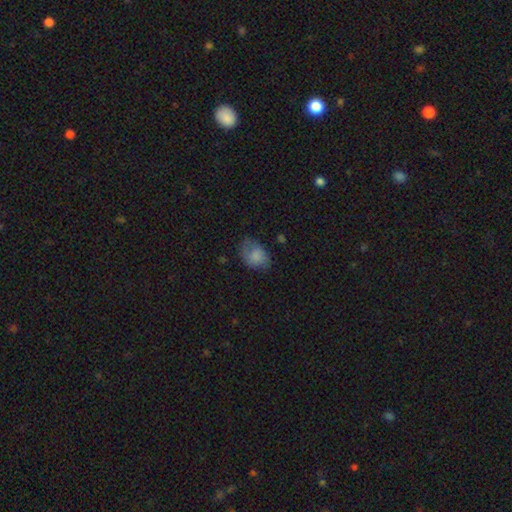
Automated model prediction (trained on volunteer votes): Smooth or featured: smooth — 77% (featured or disk — 14%)
How rounded: in between — 79% (round — 20%)
Merging: none — 53% (minor disturbance — 31%)